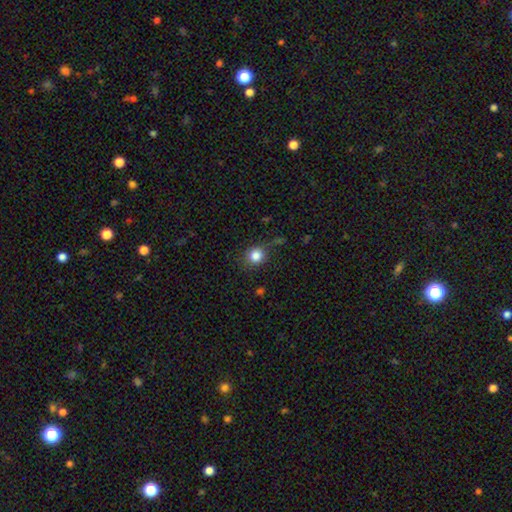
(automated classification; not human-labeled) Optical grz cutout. It shows a smooth galaxy with no disk features (83%) that is round (85%). Merging: none (79%).